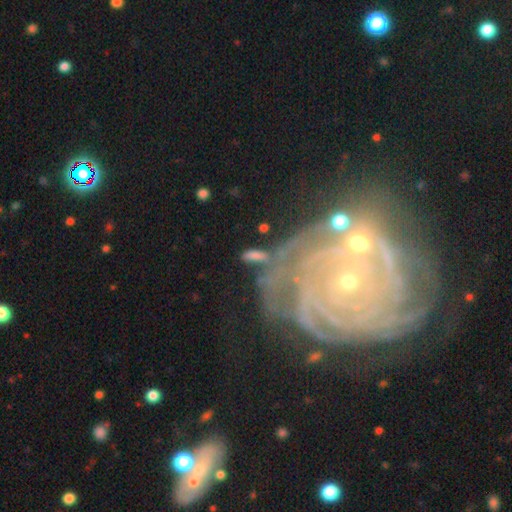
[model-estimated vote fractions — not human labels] A smooth galaxy with no disk features (63%) that is in between round and cigar-shaped (59%). Merging: none (61%).